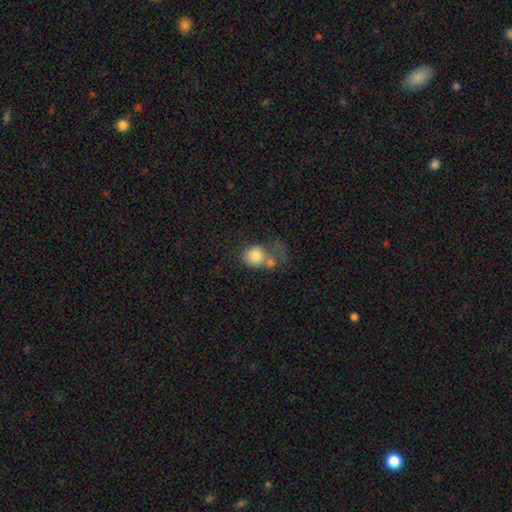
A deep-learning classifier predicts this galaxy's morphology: A smooth galaxy with no disk features (78%) that is round (75%).

Vote fractions:
- Smooth or featured? smooth: 78% / featured or disk: 13% / star or artifact: 8%
- How rounded? round: 75% / in between: 24% / cigar-shaped: 1%
- Merging? merger: 38% / none: 28% / major disturbance: 20% / minor disturbance: 14%